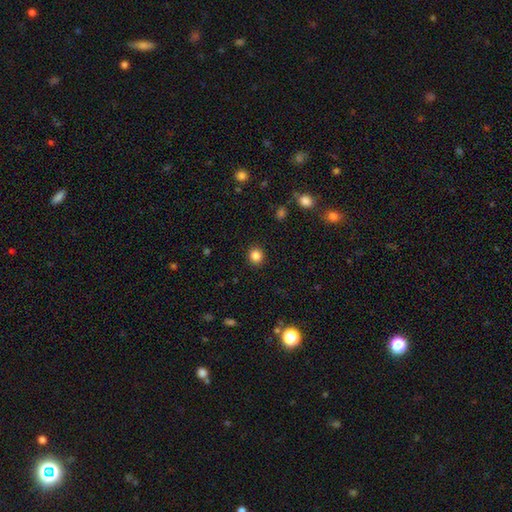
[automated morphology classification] smooth-or-featured: smooth: 85% | star or artifact: 11% | featured or disk: 4%
  how-rounded: round: 87% | in between: 12% | cigar-shaped: 1%
  merging: none: 92% | minor disturbance: 5% | major disturbance: 2% | merger: 1%